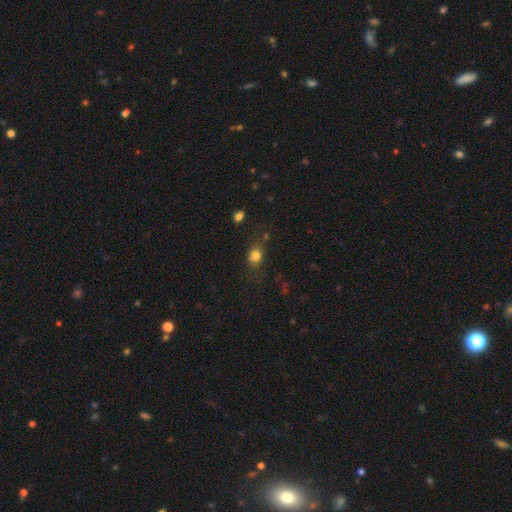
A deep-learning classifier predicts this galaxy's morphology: A smooth galaxy with no disk features (78%) that is round (51%). Merging: none (65%).